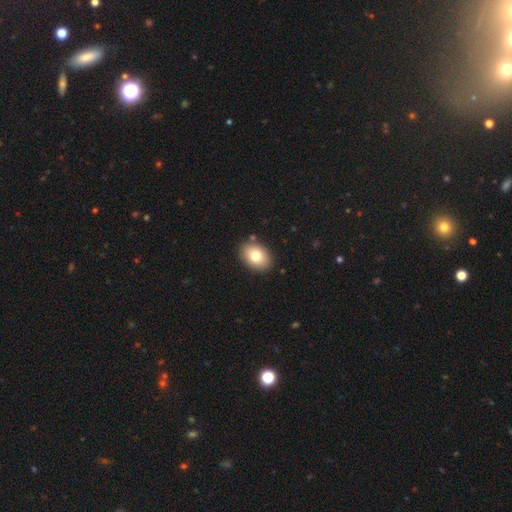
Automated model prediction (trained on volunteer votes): This appears to be a smooth galaxy with no disk features (77%) that is in between round and cigar-shaped (75%). Merging: none (87%).